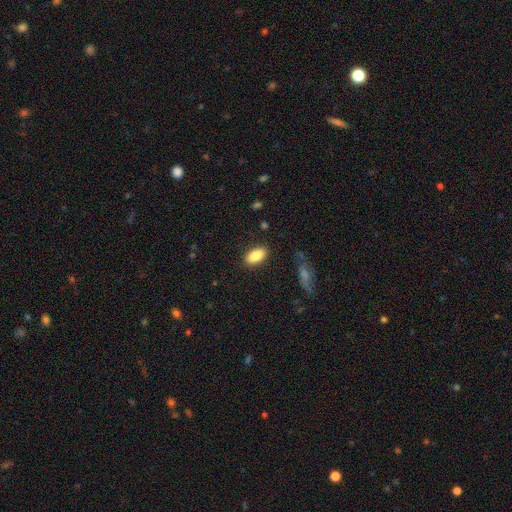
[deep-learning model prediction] A smooth galaxy with no disk features (87%) that is in between round and cigar-shaped (91%). Merging: none (86%).